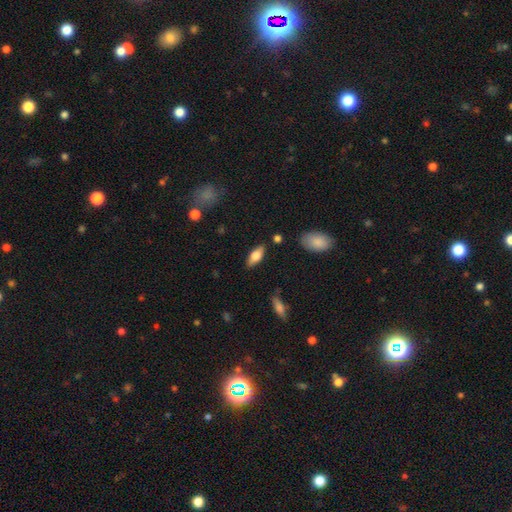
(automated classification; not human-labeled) Q: Smooth or featured?
A: smooth (67%); runner-up: featured or disk (27%)
Q: How rounded?
A: in between (78%); runner-up: cigar-shaped (20%)
Q: Merging?
A: none (86%); runner-up: minor disturbance (10%)